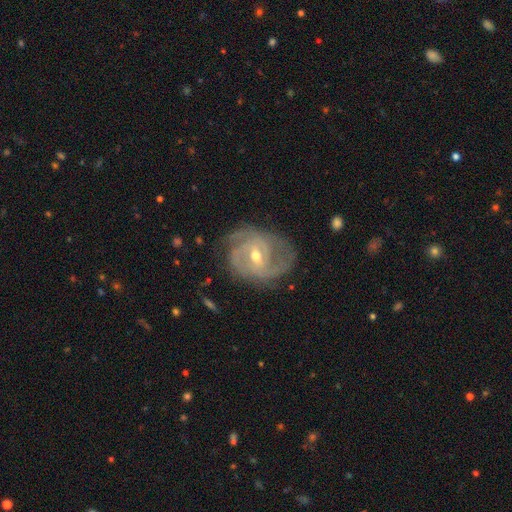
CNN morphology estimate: Smooth or featured: featured or disk — 89% (smooth — 6%)
Edge-on disk: no — 97% (yes — 3%)
Bar: weak — 50% (no — 29%)
Spiral arms: yes — 96% (no — 4%)
Spiral winding: tight — 48% (medium — 41%)
Spiral arm count: 2 — 37% (3 — 29%)
Bulge size: moderate — 55% (small — 42%)
Merging: none — 72% (minor disturbance — 19%)